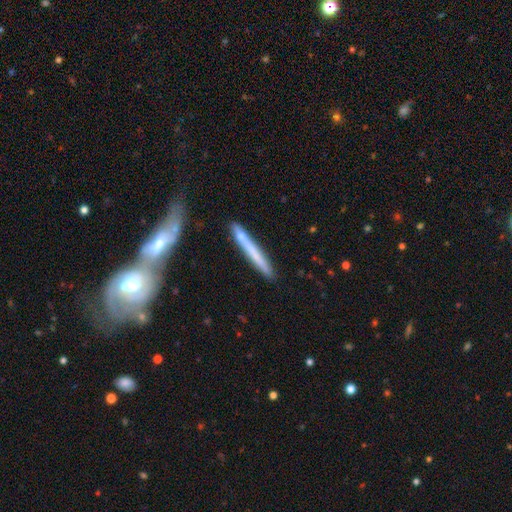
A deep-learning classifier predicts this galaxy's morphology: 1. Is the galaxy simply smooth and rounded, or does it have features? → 56% smooth, 38% featured or disk, 5% star or artifact.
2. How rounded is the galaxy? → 96% cigar-shaped, 2% in between, 1% round.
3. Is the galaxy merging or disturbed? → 80% none, 12% minor disturbance, 6% merger, 3% major disturbance.